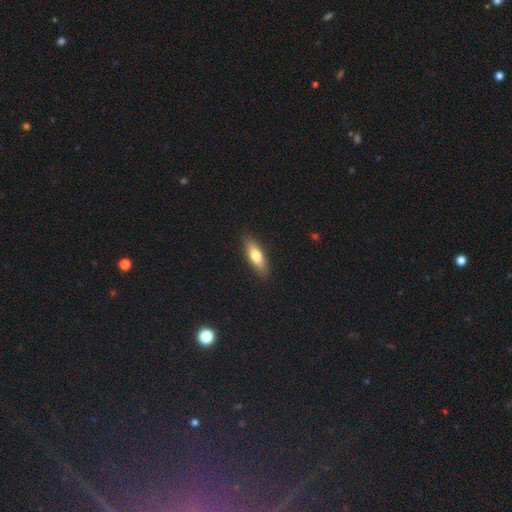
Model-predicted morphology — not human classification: smooth-or-featured: smooth: 69% | featured or disk: 25% | star or artifact: 6%
  how-rounded: in between: 57% | cigar-shaped: 40% | round: 3%
  merging: none: 87% | minor disturbance: 10% | major disturbance: 2% | merger: 1%